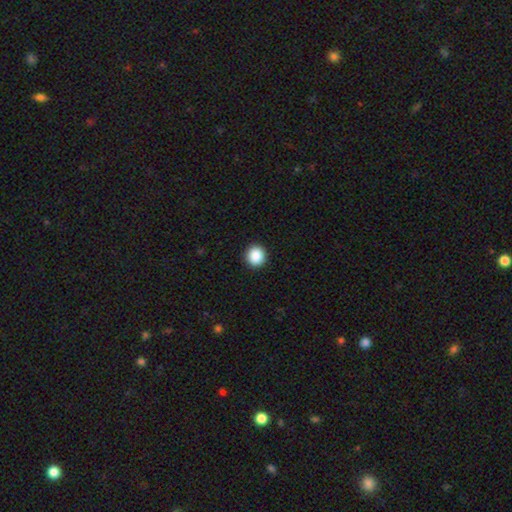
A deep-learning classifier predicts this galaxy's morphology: smooth-or-featured: smooth: 89% | star or artifact: 9% | featured or disk: 3%
  how-rounded: round: 92% | in between: 7% | cigar-shaped: 1%
  merging: none: 93% | minor disturbance: 5% | major disturbance: 2% | merger: 1%